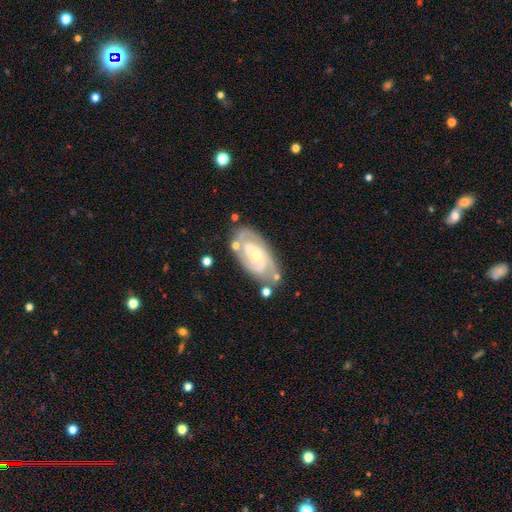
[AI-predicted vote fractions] Smooth or featured? Predicted: featured or disk (p=0.83). Edge-on disk? Predicted: no (p=0.95). Bar? Predicted: no (p=0.59). Spiral arms? Predicted: yes (p=0.92). Spiral winding? Predicted: tight (p=0.59). Spiral arm count? Predicted: 2 (p=0.58). Bulge size? Predicted: small (p=0.62). Merging? Predicted: none (p=0.70).